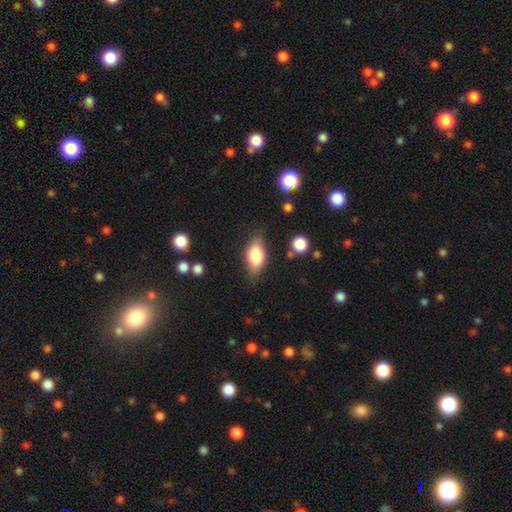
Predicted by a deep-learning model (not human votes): Smooth or featured? smooth (75%)
How rounded? in between (87%)
Merging? none (75%)